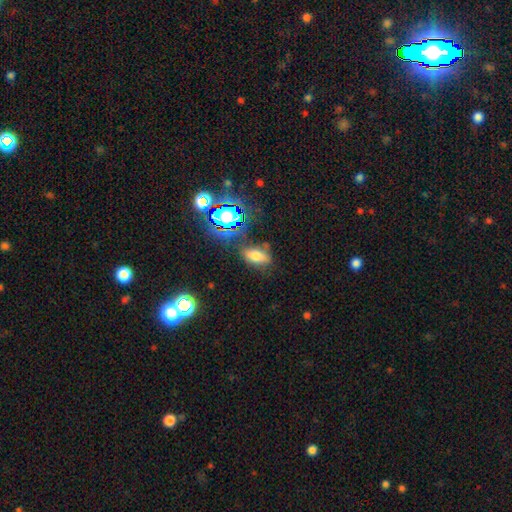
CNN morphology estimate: Smooth or featured?
  - smooth: 64% *
  - star or artifact: 25%
  - featured or disk: 11%
How rounded?
  - in between: 86% *
  - round: 9%
  - cigar-shaped: 5%
Merging?
  - none: 68% *
  - minor disturbance: 19%
  - major disturbance: 7%
  - merger: 6%